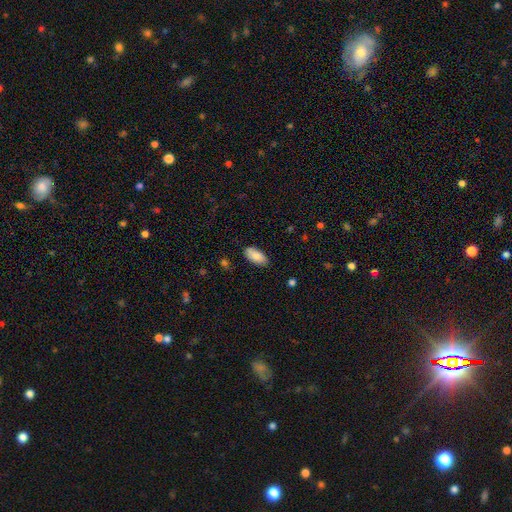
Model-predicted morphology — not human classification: Smooth or featured: smooth — 86% (featured or disk — 7%)
How rounded: in between — 92% (cigar-shaped — 6%)
Merging: none — 84% (minor disturbance — 13%)